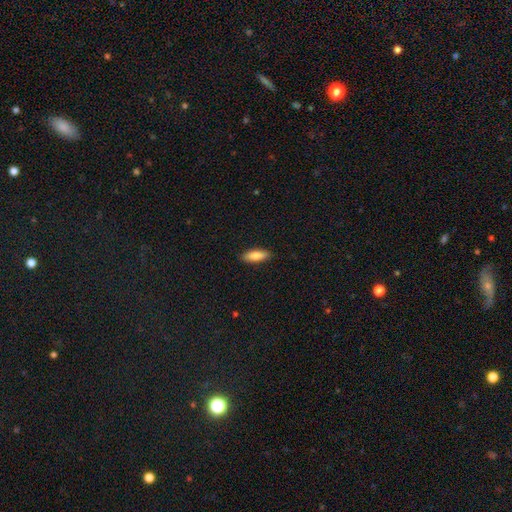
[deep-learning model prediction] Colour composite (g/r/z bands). It shows a smooth galaxy with no disk features (85%) that is in between round and cigar-shaped (67%). Merging: none (89%).